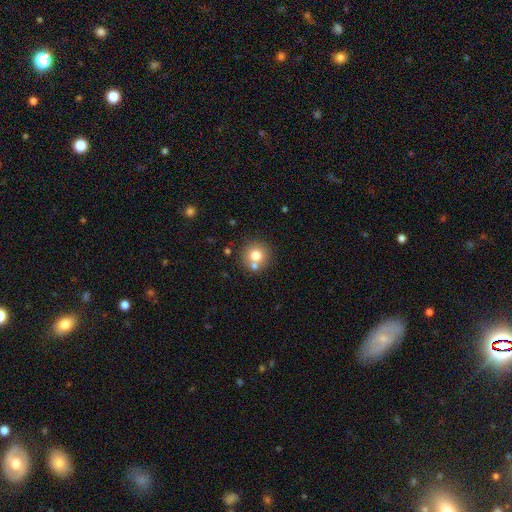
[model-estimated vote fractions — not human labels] This appears to be a smooth galaxy with no disk features (75%) that is round (92%). Merging: none (69%).